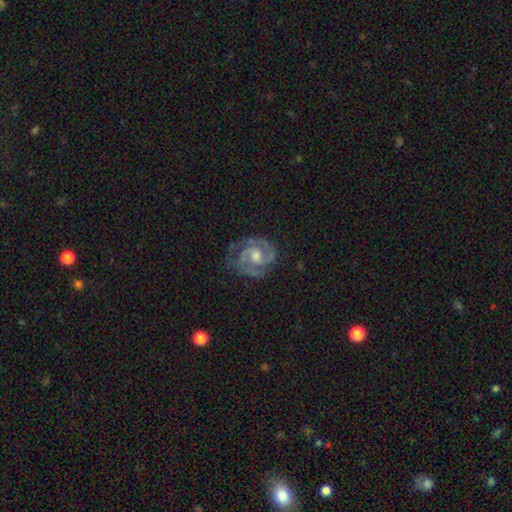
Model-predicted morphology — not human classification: type=featured or disk (89%); edge-on=no (98%); bar=no (53%); spiral arms=yes (98%); winding=tight (55%); arm count=2 (80%); bulge=moderate (61%); merging=none (76%).